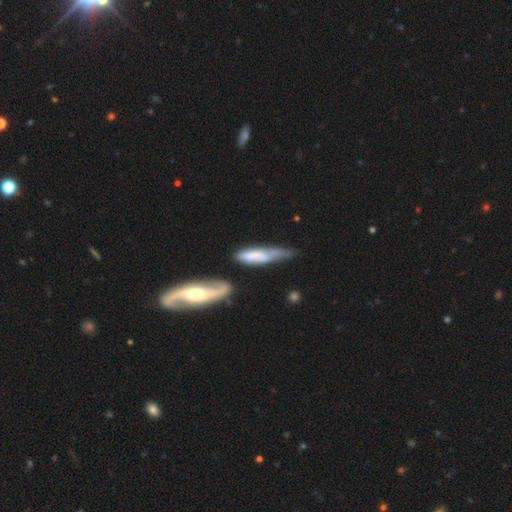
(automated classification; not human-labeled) This appears to be a smooth galaxy with no disk features (62%) that is cigar-shaped (74%). Merging: minor disturbance (37%).